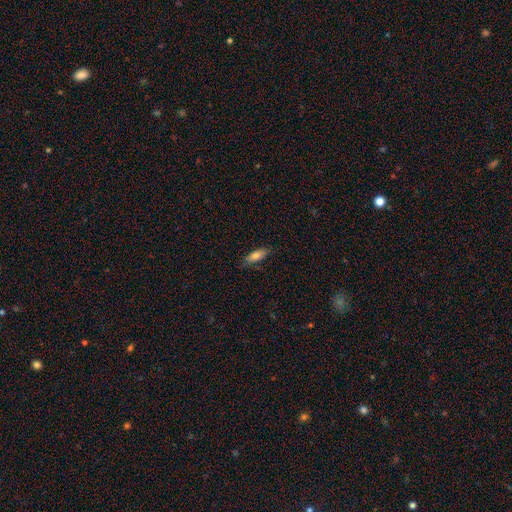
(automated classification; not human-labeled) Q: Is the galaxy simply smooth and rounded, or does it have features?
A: smooth — 78%.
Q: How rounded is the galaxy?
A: in between — 63%.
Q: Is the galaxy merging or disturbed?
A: none — 79%.